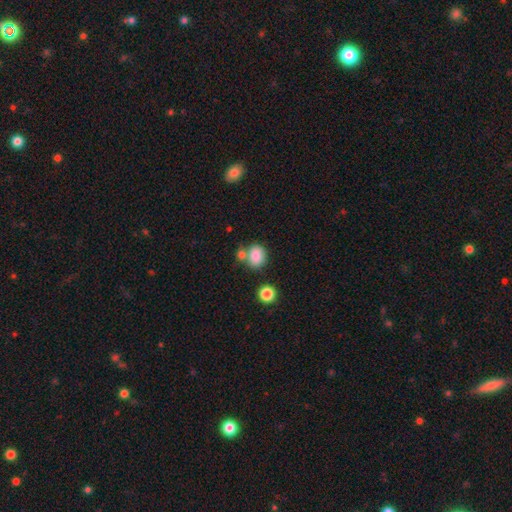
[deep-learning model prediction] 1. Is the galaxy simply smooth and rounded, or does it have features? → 84% smooth, 10% star or artifact, 6% featured or disk.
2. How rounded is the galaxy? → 52% round, 47% in between, 1% cigar-shaped.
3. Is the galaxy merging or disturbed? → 56% none, 26% merger, 13% minor disturbance, 5% major disturbance.